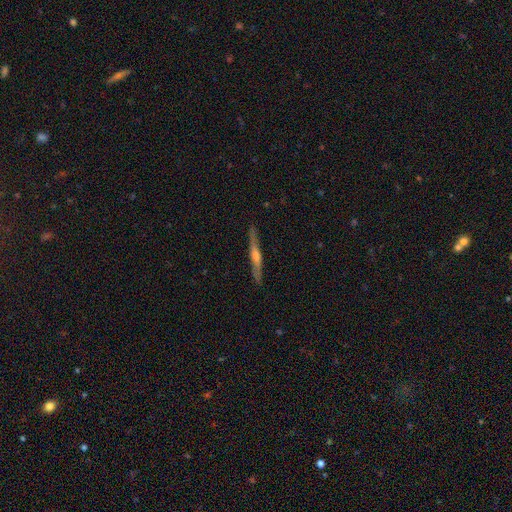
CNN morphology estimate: A featured or disk galaxy (67%) viewed edge-on (97%) with a rounded central bulge (69%).

Vote fractions:
- Smooth or featured? featured or disk: 67% / smooth: 27% / star or artifact: 6%
- Edge-on disk? yes: 97% / no: 3%
- Edge-on bulge? rounded: 69% / none: 19% / boxy: 12%
- Merging? none: 89% / minor disturbance: 8% / major disturbance: 2% / merger: 1%